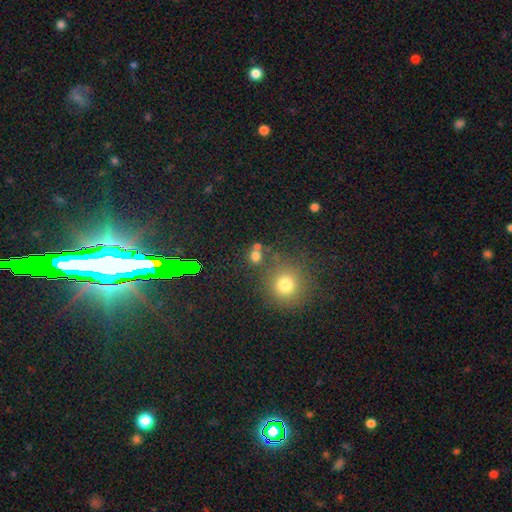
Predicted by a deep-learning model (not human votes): The model was most divided on "merging": none: 62%, merger: 23%, minor disturbance: 10%, major disturbance: 5%. More confident: how rounded — round (76%); smooth or featured — smooth (69%).